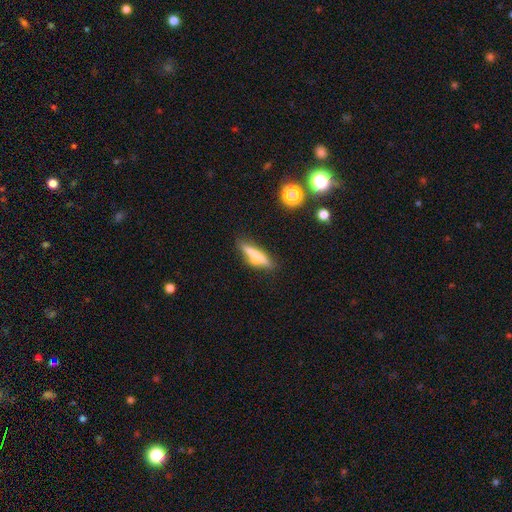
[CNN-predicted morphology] Q: Smooth or featured?
A: smooth (58%); runner-up: featured or disk (33%)
Q: How rounded?
A: cigar-shaped (81%); runner-up: in between (17%)
Q: Merging?
A: none (64%); runner-up: minor disturbance (22%)